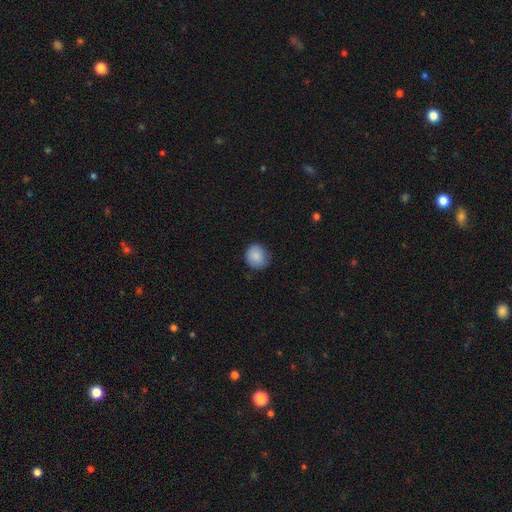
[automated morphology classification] The model was most divided on "how rounded": round: 77%, in between: 22%, cigar-shaped: 1%. More confident: smooth or featured — smooth (88%); merging — none (78%).